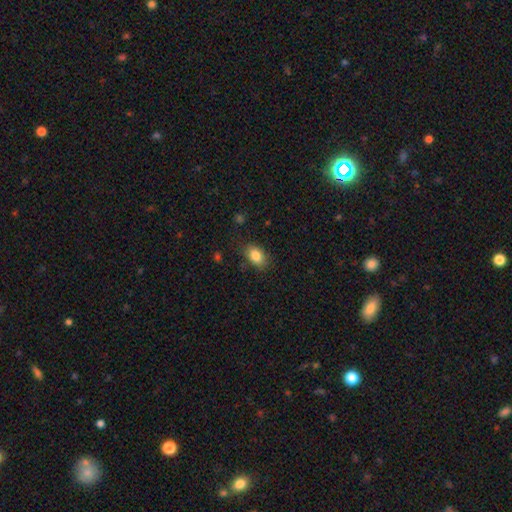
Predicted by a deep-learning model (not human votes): Overall: smooth (85%). How rounded: in between (86%). Merging: none (80%).